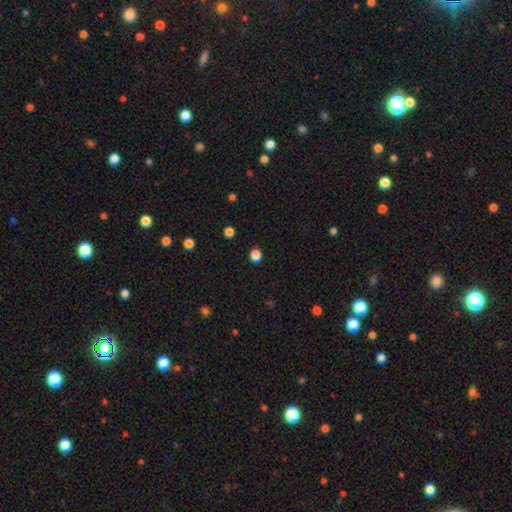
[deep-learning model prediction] Morphology: type=smooth (82%); roundness=round (65%); merging=none (90%).